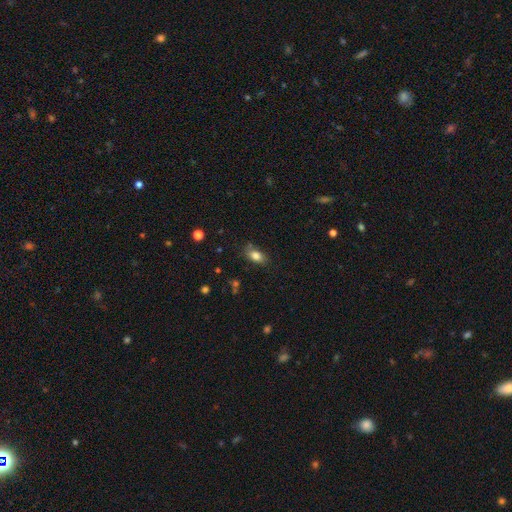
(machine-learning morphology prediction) smooth 83%, star or artifact 9%, featured or disk 8%. Down the decision tree: how rounded — in between (87%); merging — none (75%).